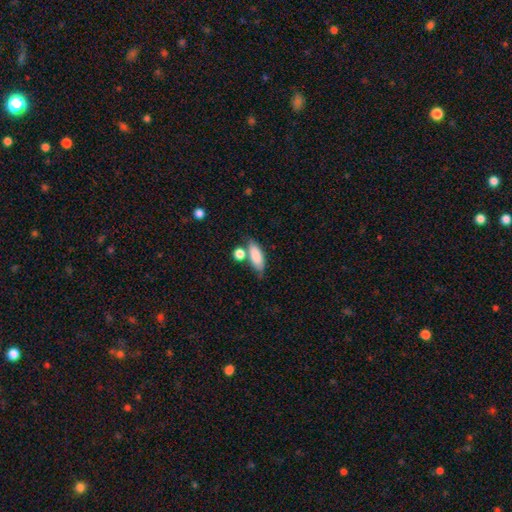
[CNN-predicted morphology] This appears to be a smooth galaxy with no disk features (83%) that is in between round and cigar-shaped (73%). Merging: none (56%).